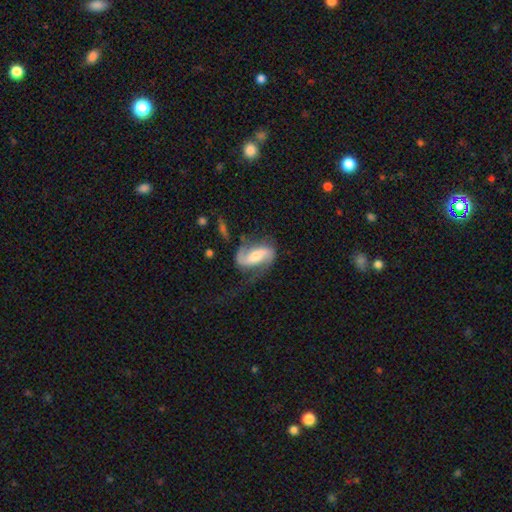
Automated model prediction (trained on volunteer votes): Smooth or featured? Predicted: featured or disk (p=0.79). Edge-on disk? Predicted: no (p=0.95). Bar? Predicted: strong (p=0.41). Spiral arms? Predicted: yes (p=0.94). Spiral winding? Predicted: loose (p=0.50). Spiral arm count? Predicted: 2 (p=0.85). Bulge size? Predicted: moderate (p=0.49). Merging? Predicted: none (p=0.51).